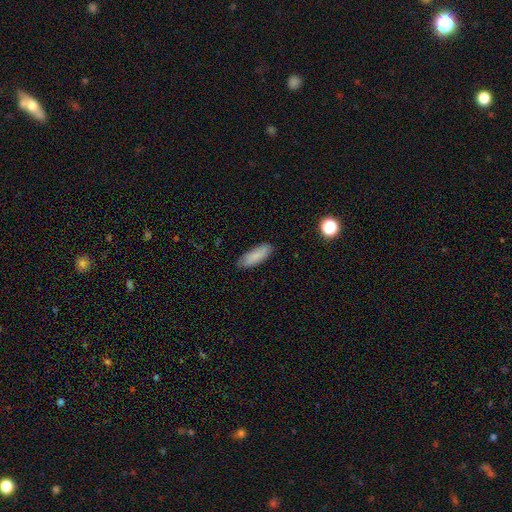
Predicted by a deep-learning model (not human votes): smooth 84%, featured or disk 10%, star or artifact 7%. Down the decision tree: how rounded — in between (61%); merging — none (82%).